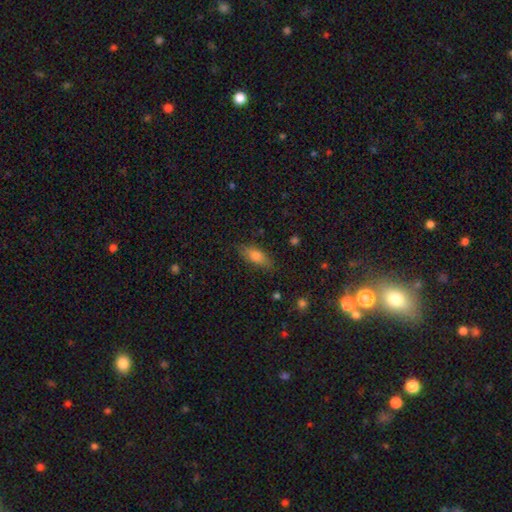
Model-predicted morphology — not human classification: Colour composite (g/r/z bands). It shows a smooth galaxy with no disk features (74%) that is in between round and cigar-shaped (67%). Merging: none (81%).